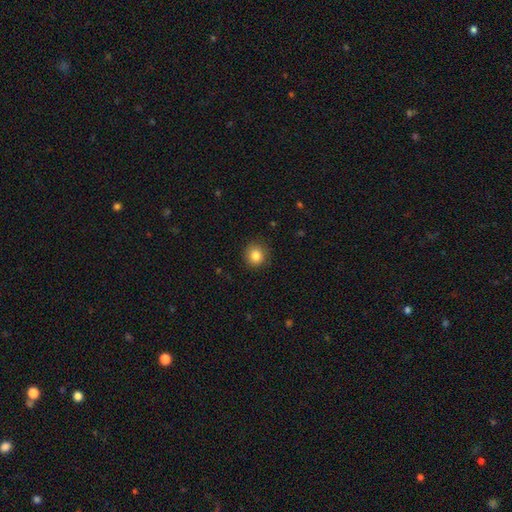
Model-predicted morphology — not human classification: smooth_or_featured: smooth (p=0.83) [alt: star or artifact p=0.10]
how_rounded: round (p=0.91) [alt: in between p=0.08]
merging: none (p=0.89) [alt: minor disturbance p=0.08]